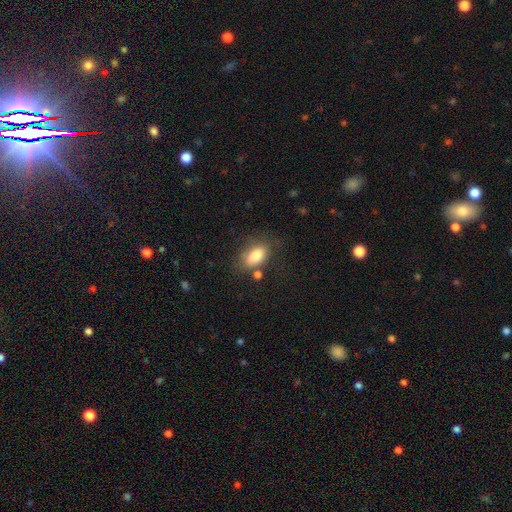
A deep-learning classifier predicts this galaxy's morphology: Overall: smooth (82%). How rounded: in between (89%). Merging: none (62%).